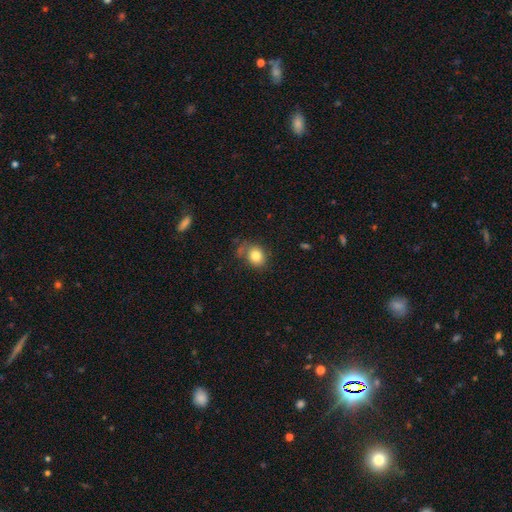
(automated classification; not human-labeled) Smooth or featured: smooth — 82% (star or artifact — 9%)
How rounded: round — 55% (in between — 44%)
Merging: none — 65% (minor disturbance — 20%)